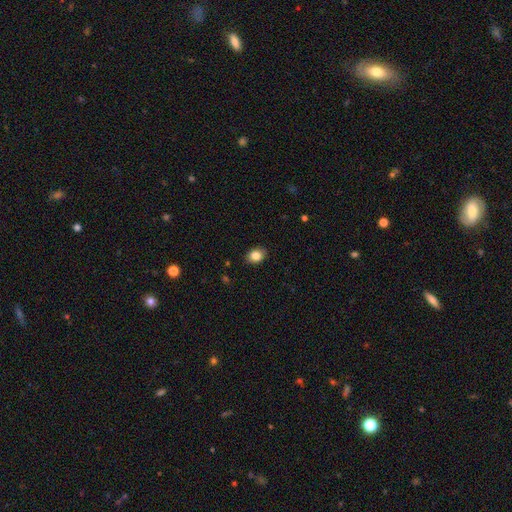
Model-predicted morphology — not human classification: smooth_or_featured: smooth (p=0.85) [alt: star or artifact p=0.09]
how_rounded: in between (p=0.67) [alt: round p=0.32]
merging: none (p=0.88) [alt: minor disturbance p=0.09]